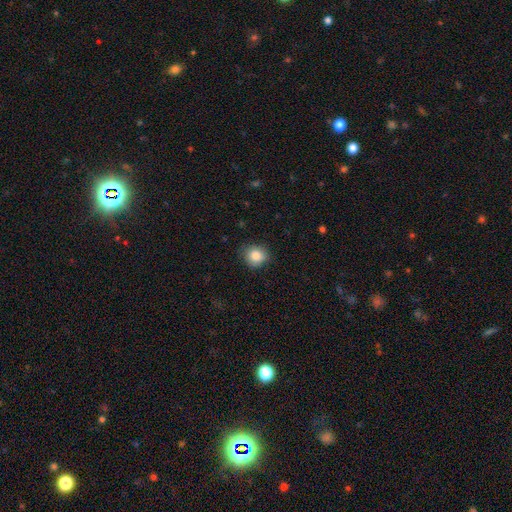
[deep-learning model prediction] Smooth or featured? Predicted: smooth (p=0.85). How rounded? Predicted: round (p=0.83). Merging? Predicted: none (p=0.80).